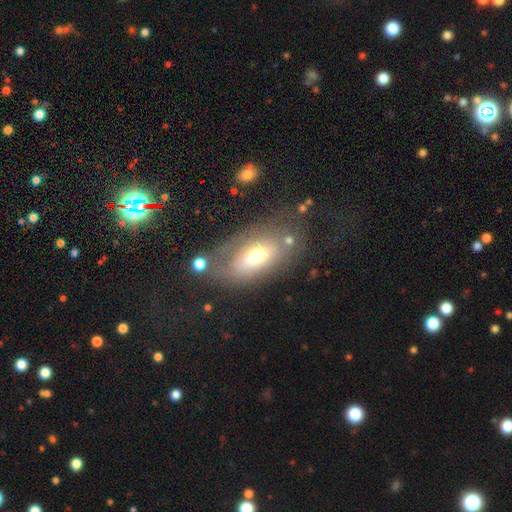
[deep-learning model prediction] Overall: smooth (47%; featured or disk 44%). Merging: none (53%; minor disturbance 21%).